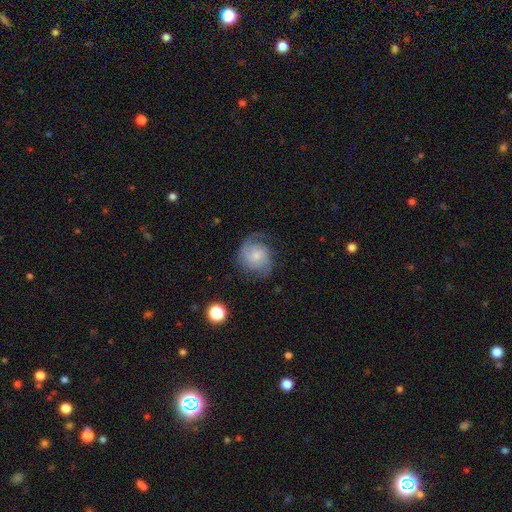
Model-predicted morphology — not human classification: Smooth or featured? featured or disk (65%)
Edge-on disk? no (98%)
Bar? no (65%)
Spiral arms? yes (92%)
Spiral winding? medium (44%)
Spiral arm count? 2 (54%)
Bulge size? small (57%)
Merging? none (60%)